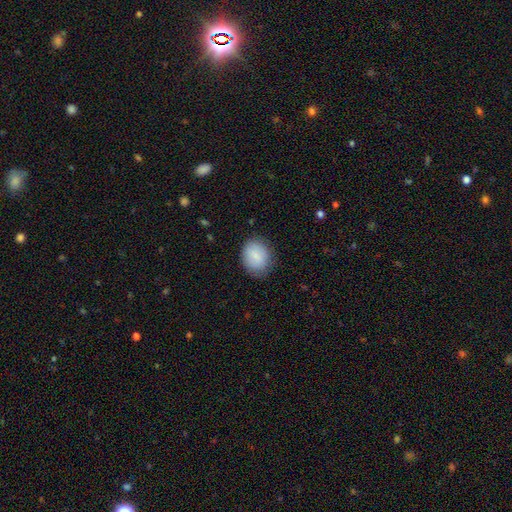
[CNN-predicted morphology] Smooth or featured: smooth — 84% (featured or disk — 9%)
How rounded: in between — 53% (round — 46%)
Merging: none — 79% (minor disturbance — 15%)